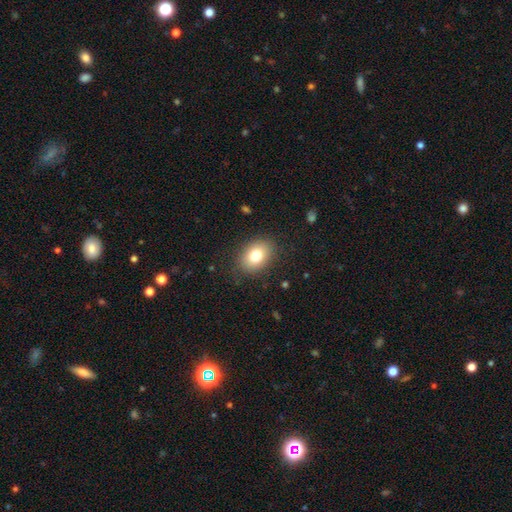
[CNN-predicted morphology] Smooth or featured: smooth — 78% (featured or disk — 12%)
How rounded: in between — 72% (round — 27%)
Merging: none — 85% (minor disturbance — 10%)